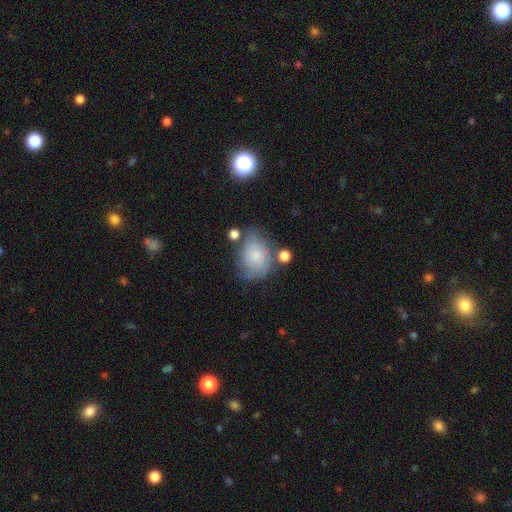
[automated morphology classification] smooth-or-featured: smooth: 48% | featured or disk: 42% | star or artifact: 9%
  merging: none: 52% | minor disturbance: 26% | major disturbance: 13% | merger: 8%